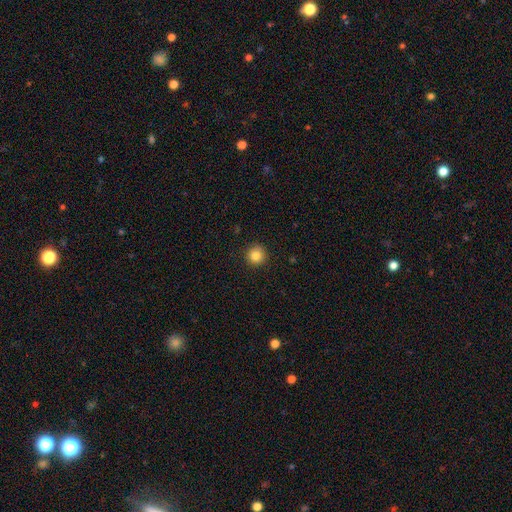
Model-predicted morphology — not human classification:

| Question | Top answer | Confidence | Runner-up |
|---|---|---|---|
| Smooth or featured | smooth | 84% | star or artifact (10%) |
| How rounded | round | 94% | in between (5%) |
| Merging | none | 91% | minor disturbance (6%) |